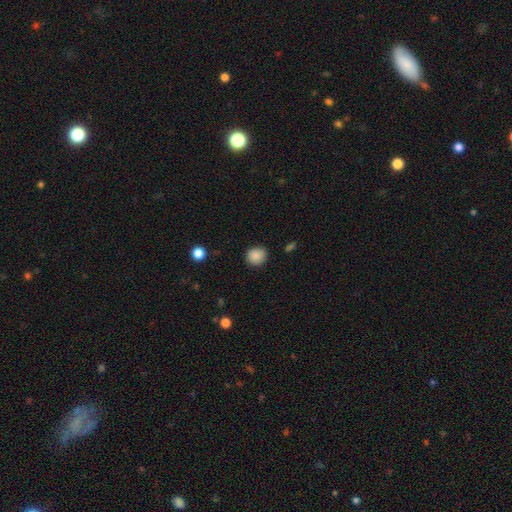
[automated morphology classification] Smooth or featured? smooth (87%)
How rounded? round (81%)
Merging? none (87%)